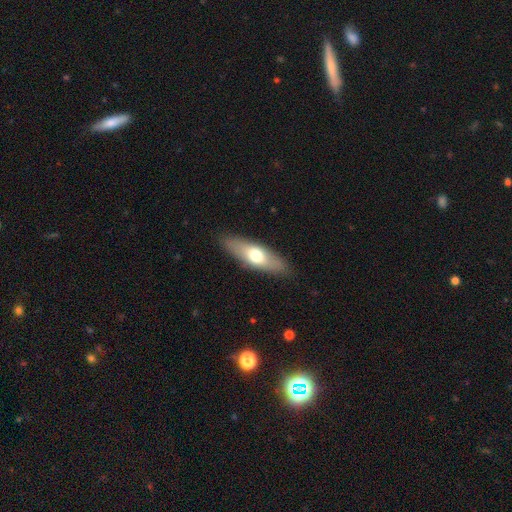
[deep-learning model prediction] This is likely a smooth galaxy (62%). How rounded: possibly in between (58%). Merging: clearly none (87%).